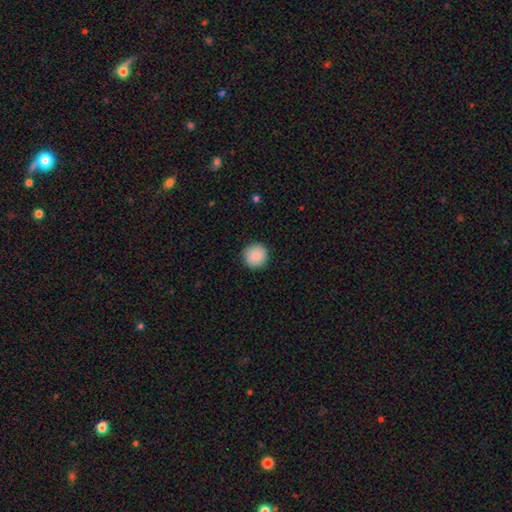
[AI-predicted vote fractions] smooth-or-featured: smooth: 88% | star or artifact: 8% | featured or disk: 4%
  how-rounded: round: 95% | in between: 4% | cigar-shaped: 1%
  merging: none: 92% | minor disturbance: 6% | major disturbance: 2% | merger: 1%